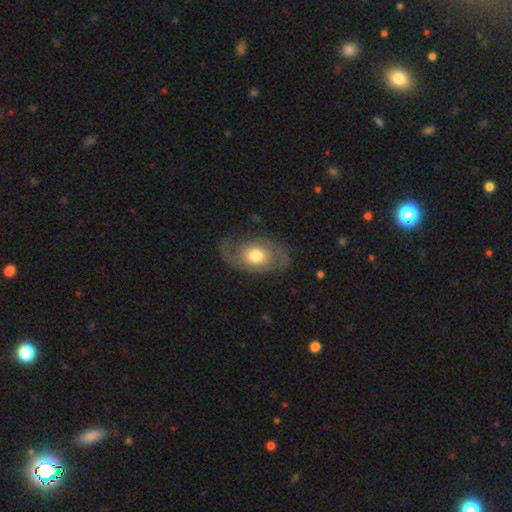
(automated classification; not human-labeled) Q: Smooth or featured?
A: featured or disk (61%); runner-up: smooth (33%)
Q: Edge-on disk?
A: no (94%); runner-up: yes (6%)
Q: Bar?
A: no (80%); runner-up: weak (17%)
Q: Spiral arms?
A: yes (74%); runner-up: no (26%)
Q: Bulge size?
A: moderate (65%); runner-up: large (22%)
Q: Merging?
A: none (69%); runner-up: minor disturbance (18%)